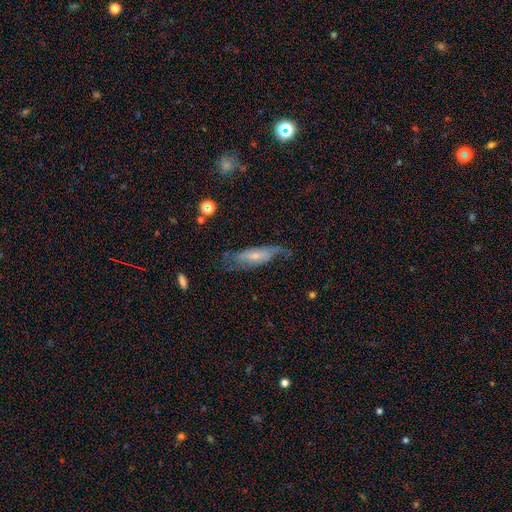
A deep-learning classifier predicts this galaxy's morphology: Overall: featured or disk (59%; smooth 33%). Edge-on disk: no (74%). Merging: none (53%; minor disturbance 27%).